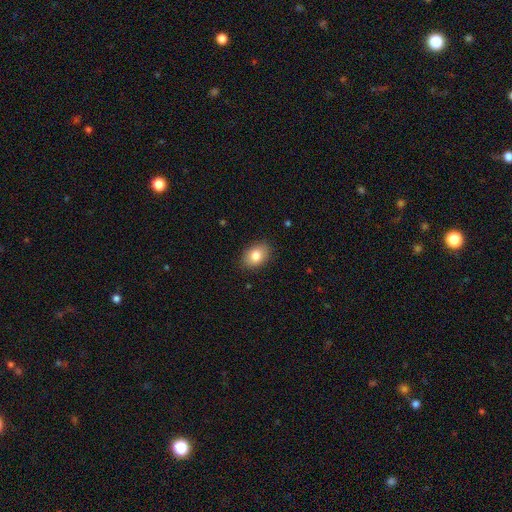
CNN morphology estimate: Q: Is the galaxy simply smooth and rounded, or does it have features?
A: smooth — 83%.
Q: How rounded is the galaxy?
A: in between — 77%.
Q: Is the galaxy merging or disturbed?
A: none — 87%.